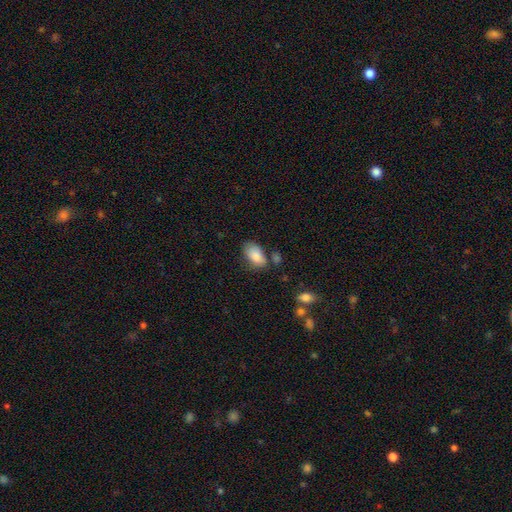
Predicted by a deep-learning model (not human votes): Q: Smooth or featured?
A: smooth (87%); runner-up: star or artifact (7%)
Q: How rounded?
A: in between (93%); runner-up: round (6%)
Q: Merging?
A: none (59%); runner-up: minor disturbance (24%)